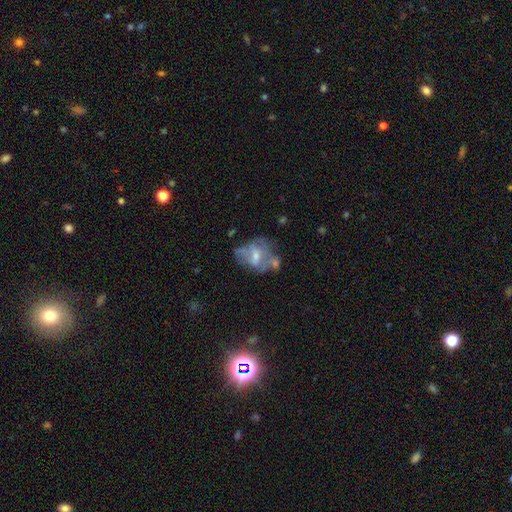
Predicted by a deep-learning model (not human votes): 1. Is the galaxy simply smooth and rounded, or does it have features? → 58% featured or disk, 28% smooth, 14% star or artifact.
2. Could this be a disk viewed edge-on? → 95% no, 5% yes.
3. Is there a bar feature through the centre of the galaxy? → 52% no, 37% weak, 11% strong.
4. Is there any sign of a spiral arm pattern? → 69% no, 31% yes.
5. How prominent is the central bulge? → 46% small, 41% moderate, 10% none, 2% large, 1% dominant.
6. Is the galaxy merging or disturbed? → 39% none, 21% minor disturbance, 21% major disturbance, 19% merger.